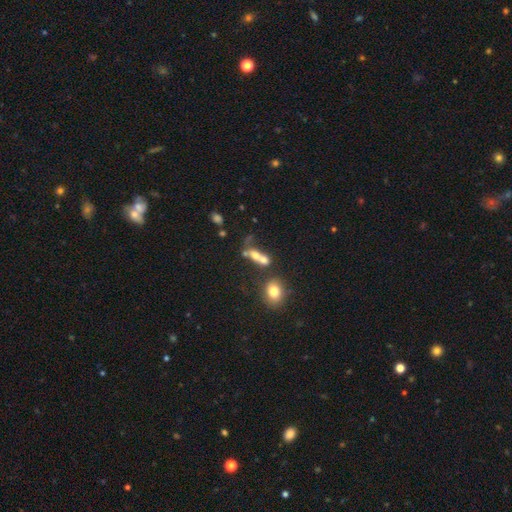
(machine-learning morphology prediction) This is likely a smooth galaxy (60%). How rounded: likely in between (61%). Merging: possibly merger (54%).